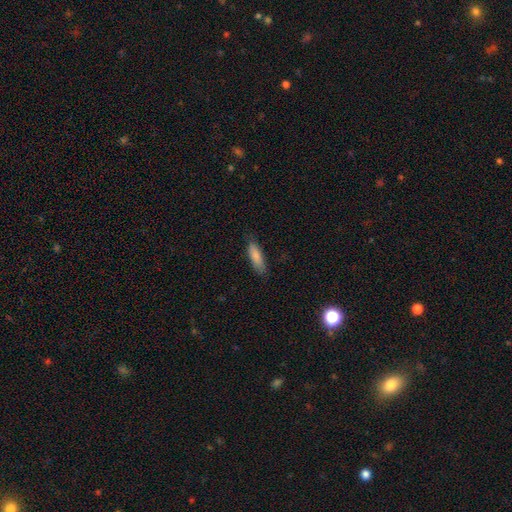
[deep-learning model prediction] Q: Smooth or featured?
A: smooth (85%); runner-up: featured or disk (9%)
Q: How rounded?
A: cigar-shaped (55%); runner-up: in between (44%)
Q: Merging?
A: none (79%); runner-up: minor disturbance (17%)